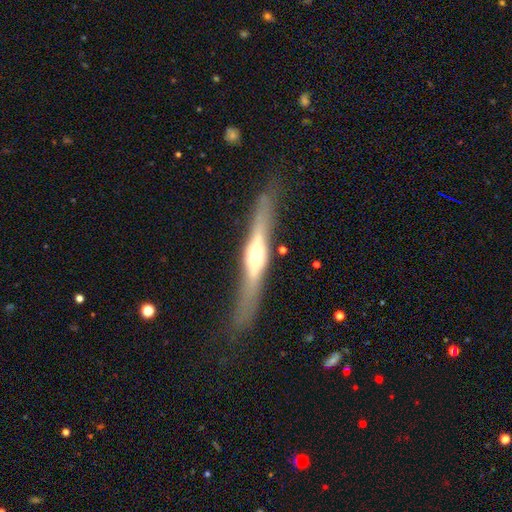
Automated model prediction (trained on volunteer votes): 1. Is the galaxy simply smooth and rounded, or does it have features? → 73% featured or disk, 21% smooth, 6% star or artifact.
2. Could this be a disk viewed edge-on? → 93% yes, 7% no.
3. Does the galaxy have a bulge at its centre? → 82% rounded, 12% boxy, 7% none.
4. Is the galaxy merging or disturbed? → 79% none, 14% minor disturbance, 5% major disturbance, 2% merger.